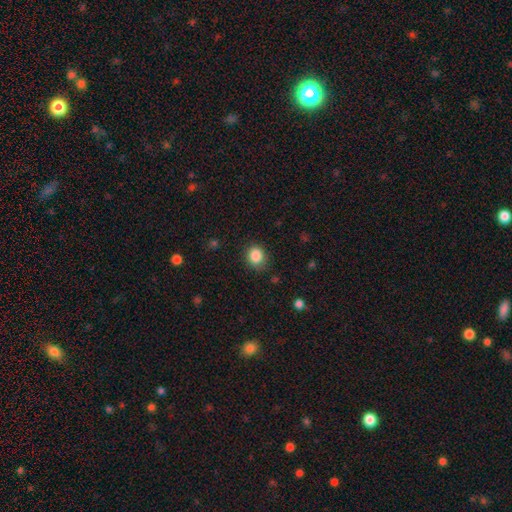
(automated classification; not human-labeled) Morphology: type=smooth (87%); roundness=round (73%); merging=none (81%).